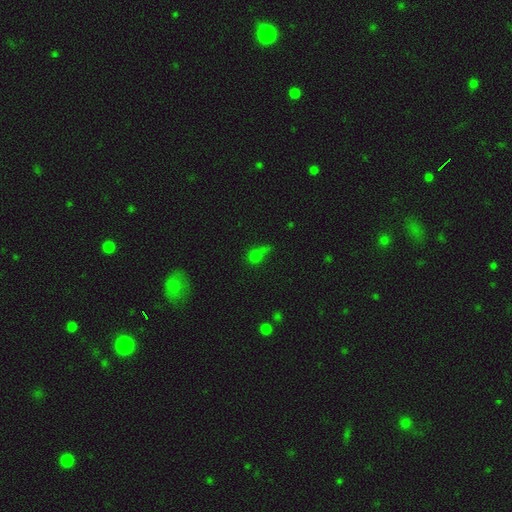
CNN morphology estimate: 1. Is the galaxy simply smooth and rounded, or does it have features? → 62% smooth, 27% star or artifact, 10% featured or disk.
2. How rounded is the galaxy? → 57% round, 38% in between, 6% cigar-shaped.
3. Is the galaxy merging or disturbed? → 39% none, 22% merger, 20% minor disturbance, 20% major disturbance.